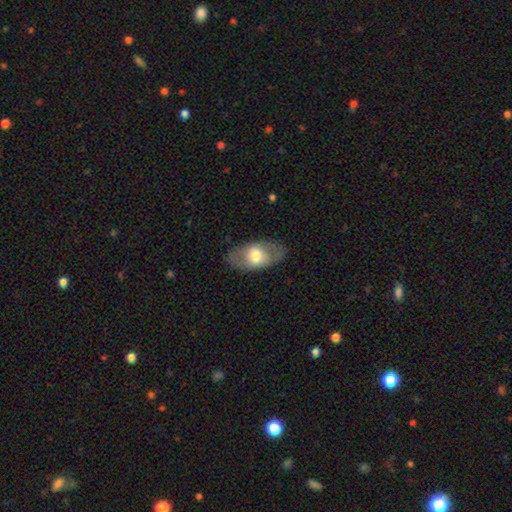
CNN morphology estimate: Overall: smooth (55%; featured or disk 39%). How rounded: in between (89%). Merging: none (81%).